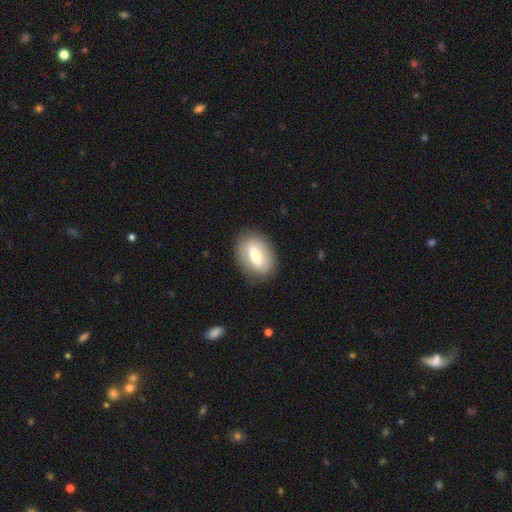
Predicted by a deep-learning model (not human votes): smooth-or-featured: smooth: 52% | featured or disk: 41% | star or artifact: 7%
  how-rounded: in between: 78% | round: 19% | cigar-shaped: 2%
  merging: none: 83% | minor disturbance: 12% | major disturbance: 4% | merger: 1%